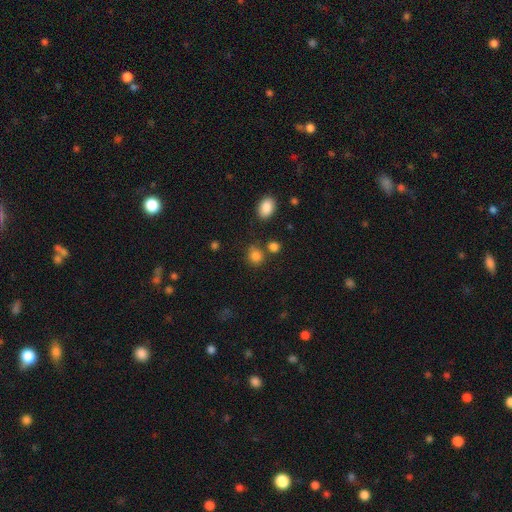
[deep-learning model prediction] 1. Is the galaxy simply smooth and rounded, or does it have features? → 83% smooth, 12% star or artifact, 5% featured or disk.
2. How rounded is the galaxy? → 78% round, 21% in between, 1% cigar-shaped.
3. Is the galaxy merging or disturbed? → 72% none, 12% merger, 12% minor disturbance, 4% major disturbance.